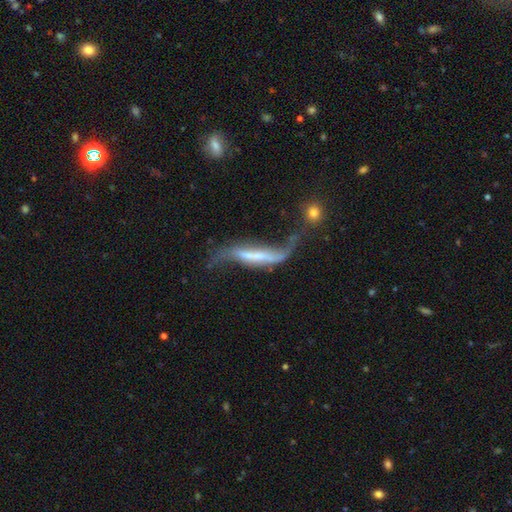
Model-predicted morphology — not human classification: Smooth or featured: featured or disk — 77% (smooth — 15%)
Edge-on disk: no — 68% (yes — 32%)
Bar: strong — 49% (weak — 27%)
Spiral arms: yes — 82% (no — 18%)
Bulge size: small — 51% (moderate — 24%)
Merging: none — 34% (major disturbance — 28%)